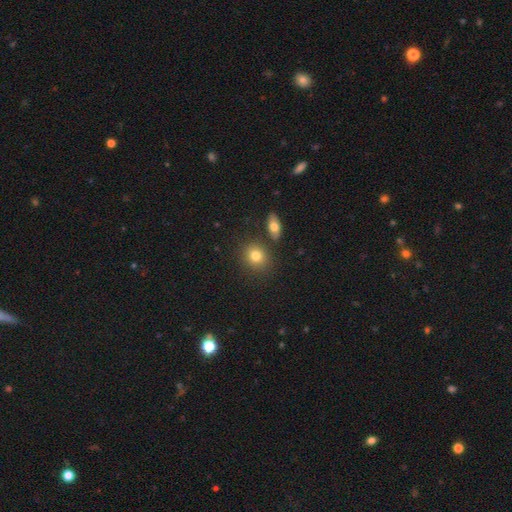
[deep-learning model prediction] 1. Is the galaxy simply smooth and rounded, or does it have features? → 80% smooth, 11% star or artifact, 10% featured or disk.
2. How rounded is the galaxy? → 68% round, 31% in between, 1% cigar-shaped.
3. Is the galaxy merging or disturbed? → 77% none, 10% merger, 10% minor disturbance, 3% major disturbance.